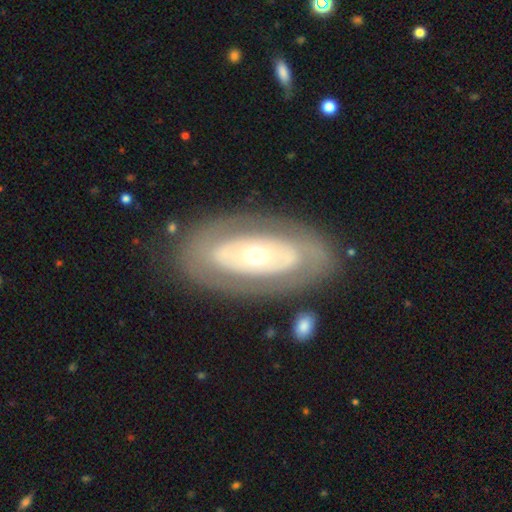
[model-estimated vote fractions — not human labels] This is likely a featured or disk galaxy (68%). It is clearly not viewed edge-on (90%). Bar: clearly no (88%). Spiral arm pattern: likely no (77%). Central bulge: possibly moderate (50%). Merging: clearly none (81%).